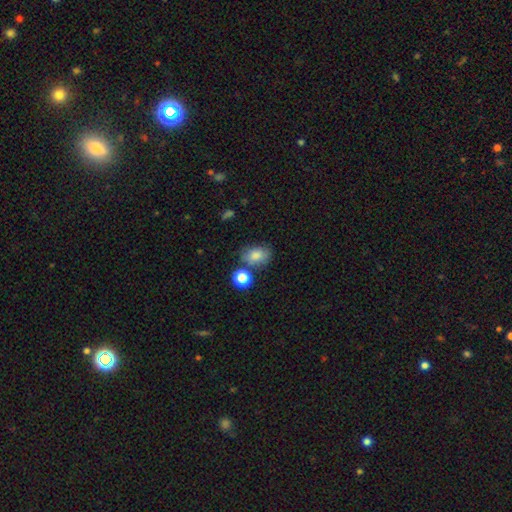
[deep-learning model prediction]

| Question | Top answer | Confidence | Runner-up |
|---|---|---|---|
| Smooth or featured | smooth | 81% | star or artifact (10%) |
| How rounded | in between | 70% | round (28%) |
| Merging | none | 61% | minor disturbance (20%) |